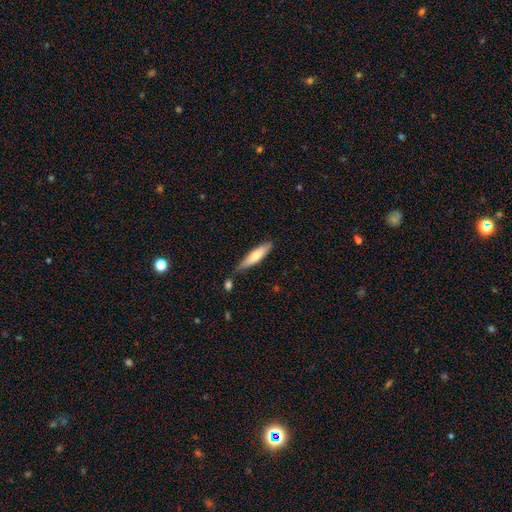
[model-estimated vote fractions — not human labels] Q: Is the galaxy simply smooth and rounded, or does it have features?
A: smooth — 65%.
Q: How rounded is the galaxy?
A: cigar-shaped — 74%.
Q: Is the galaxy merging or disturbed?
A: none — 70%.